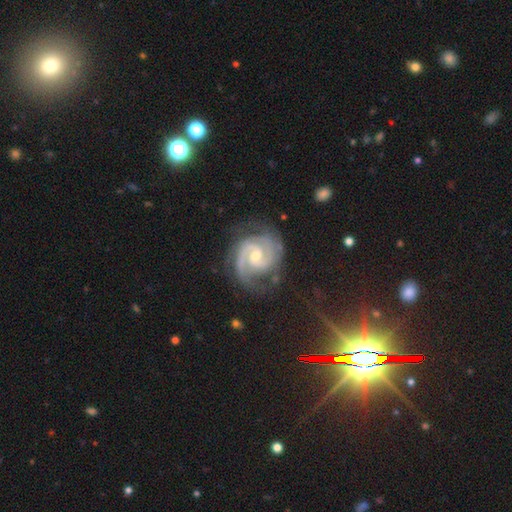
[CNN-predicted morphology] type=featured or disk (92%); edge-on=no (98%); bar=no (46%); spiral arms=yes (99%); winding=tight (60%); arm count=2 (79%); bulge=moderate (52%); merging=none (74%).